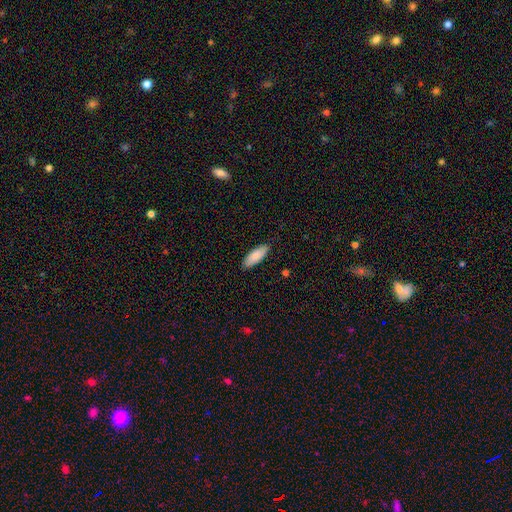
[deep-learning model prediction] smooth_or_featured: smooth (p=0.85) [alt: featured or disk p=0.10]
how_rounded: in between (p=0.73) [alt: cigar-shaped p=0.25]
merging: none (p=0.87) [alt: minor disturbance p=0.11]